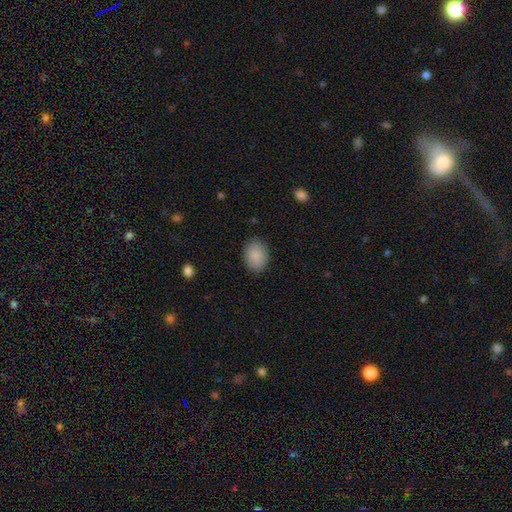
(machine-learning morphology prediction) smooth_or_featured: smooth (p=0.88) [alt: star or artifact p=0.07]
how_rounded: in between (p=0.73) [alt: round p=0.26]
merging: none (p=0.87) [alt: minor disturbance p=0.09]